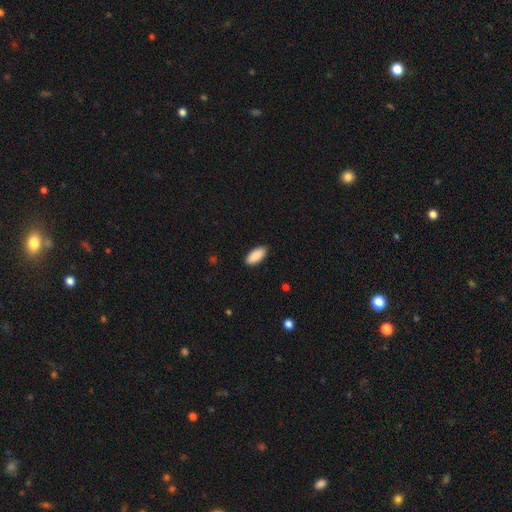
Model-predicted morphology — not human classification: smooth_or_featured: smooth (p=0.90) [alt: star or artifact p=0.06]
how_rounded: in between (p=0.88) [alt: cigar-shaped p=0.10]
merging: none (p=0.89) [alt: minor disturbance p=0.09]